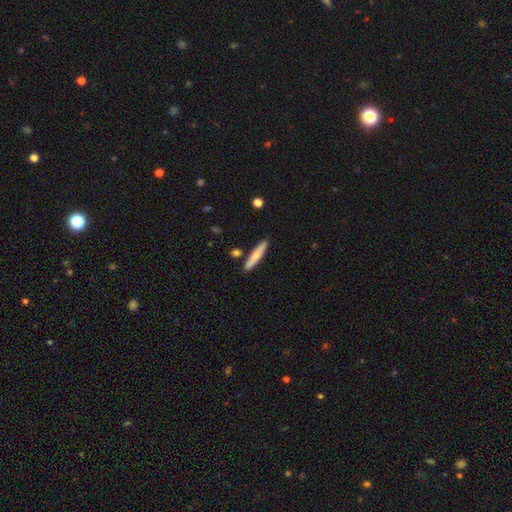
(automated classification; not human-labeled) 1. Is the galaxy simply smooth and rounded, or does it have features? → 68% smooth, 27% featured or disk, 6% star or artifact.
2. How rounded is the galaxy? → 89% cigar-shaped, 9% in between, 2% round.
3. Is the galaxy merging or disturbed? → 85% none, 9% minor disturbance, 4% merger, 2% major disturbance.